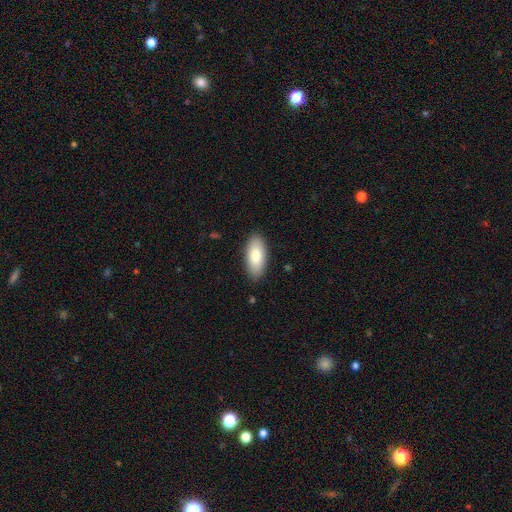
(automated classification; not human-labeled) A smooth galaxy with no disk features (79%) that is in between round and cigar-shaped (87%).

Vote fractions:
- Smooth or featured? smooth: 79% / featured or disk: 15% / star or artifact: 6%
- How rounded? in between: 87% / cigar-shaped: 11% / round: 2%
- Merging? none: 88% / minor disturbance: 9% / major disturbance: 2% / merger: 1%